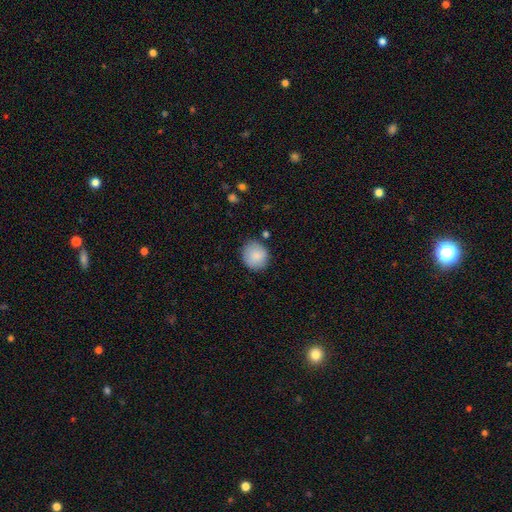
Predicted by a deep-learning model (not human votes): Smooth or featured: smooth — 87% (star or artifact — 7%)
How rounded: round — 80% (in between — 20%)
Merging: none — 80% (minor disturbance — 14%)